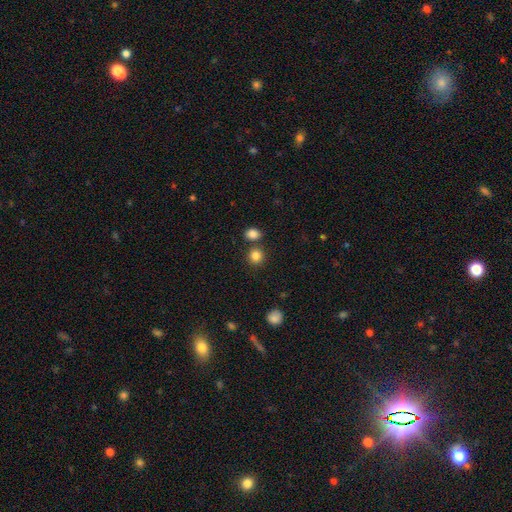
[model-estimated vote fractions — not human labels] A smooth galaxy with no disk features (84%) that is round (87%).

Vote fractions:
- Smooth or featured? smooth: 84% / star or artifact: 11% / featured or disk: 5%
- How rounded? round: 87% / in between: 12% / cigar-shaped: 1%
- Merging? none: 75% / merger: 15% / minor disturbance: 8% / major disturbance: 3%